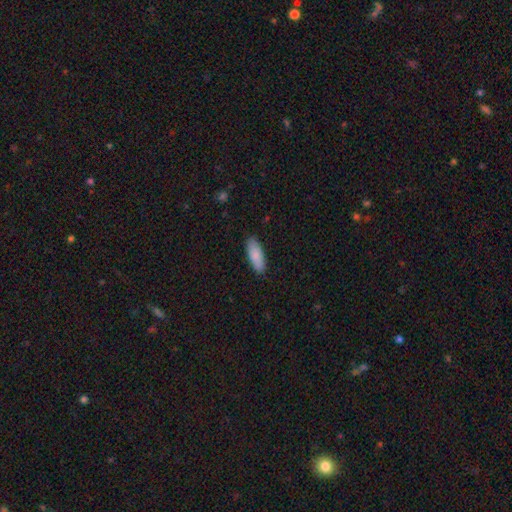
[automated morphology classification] smooth 86%, featured or disk 8%, star or artifact 5%. Down the decision tree: how rounded — in between (70%); merging — none (87%).